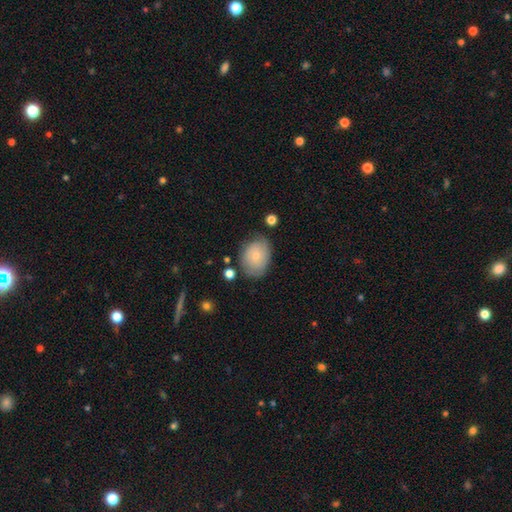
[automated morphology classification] Overall: smooth (65%; featured or disk 28%). How rounded: in between (64%; round 35%). Merging: none (67%).